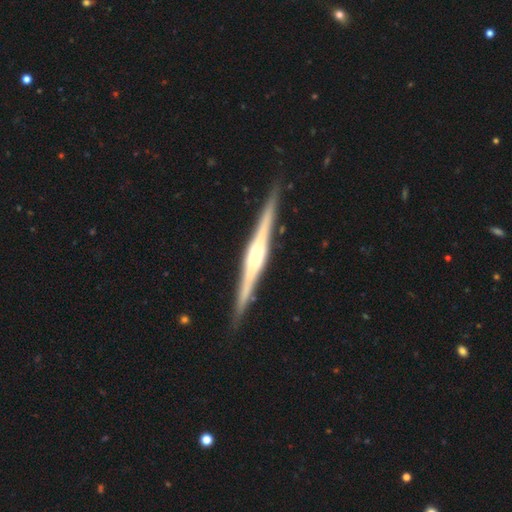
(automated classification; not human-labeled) Smooth or featured? Predicted: featured or disk (p=0.86). Edge-on disk? Predicted: yes (p=0.98). Edge-on bulge? Predicted: rounded (p=0.50). Merging? Predicted: none (p=0.91).